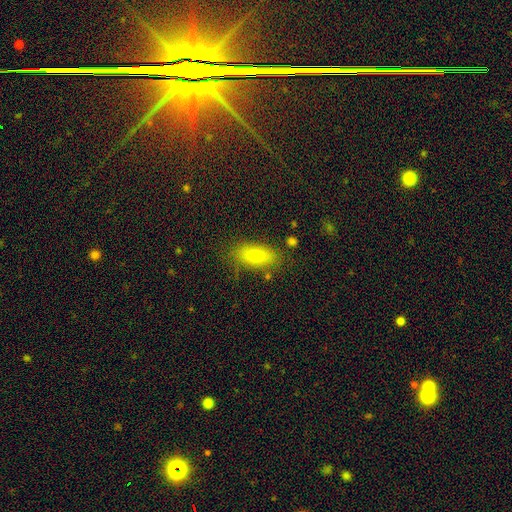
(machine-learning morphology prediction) Smooth or featured? smooth (76%)
How rounded? in between (86%)
Merging? none (77%)